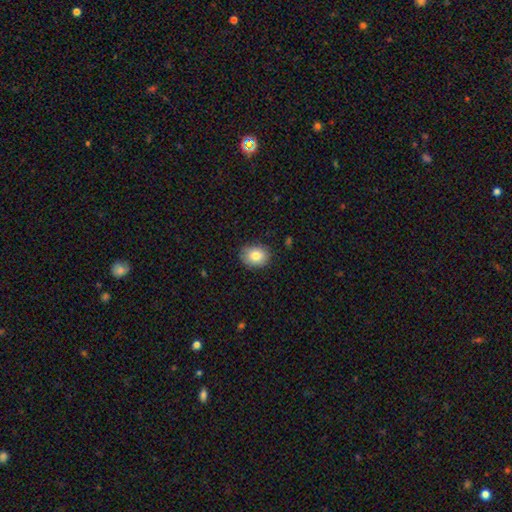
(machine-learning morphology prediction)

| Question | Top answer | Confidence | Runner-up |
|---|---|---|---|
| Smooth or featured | smooth | 83% | featured or disk (9%) |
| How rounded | in between | 55% | round (44%) |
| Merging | none | 83% | minor disturbance (13%) |